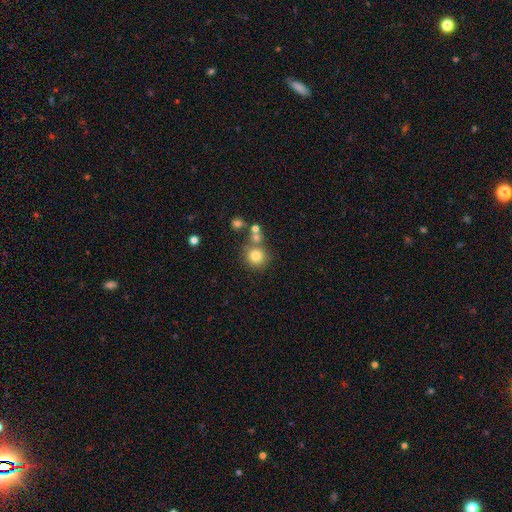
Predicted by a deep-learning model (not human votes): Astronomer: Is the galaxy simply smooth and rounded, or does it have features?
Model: smooth — 79%.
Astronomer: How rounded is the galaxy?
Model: round — 91%.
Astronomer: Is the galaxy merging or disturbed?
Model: none — 67%.